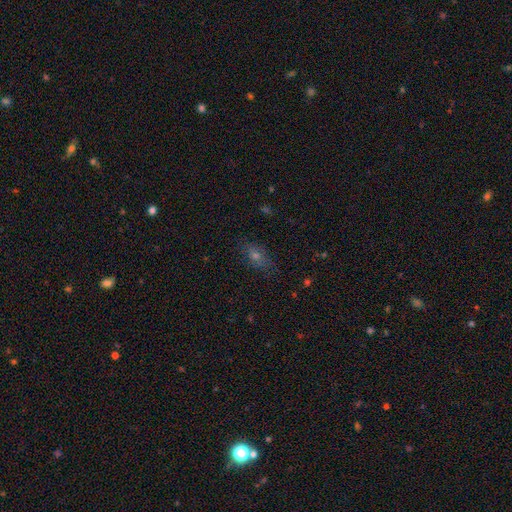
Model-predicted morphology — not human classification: A smooth galaxy with no disk features (51%) that is in between round and cigar-shaped (70%).

Vote fractions:
- Smooth or featured? smooth: 51% / featured or disk: 25% / star or artifact: 25%
- How rounded? in between: 70% / round: 15% / cigar-shaped: 15%
- Merging? none: 79% / minor disturbance: 15% / major disturbance: 4% / merger: 2%